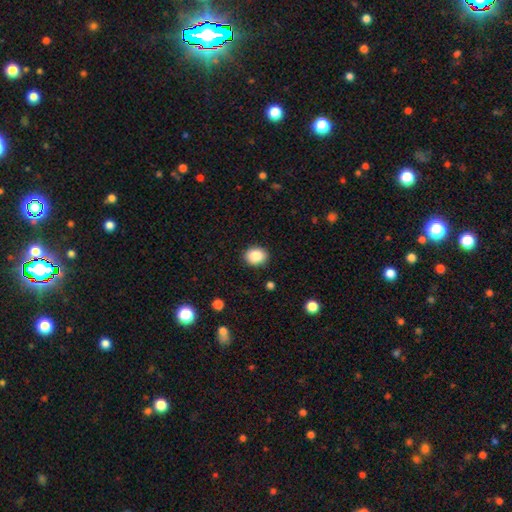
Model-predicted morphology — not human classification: Q: Smooth or featured?
A: smooth (86%); runner-up: star or artifact (8%)
Q: How rounded?
A: round (57%); runner-up: in between (43%)
Q: Merging?
A: none (89%); runner-up: minor disturbance (7%)